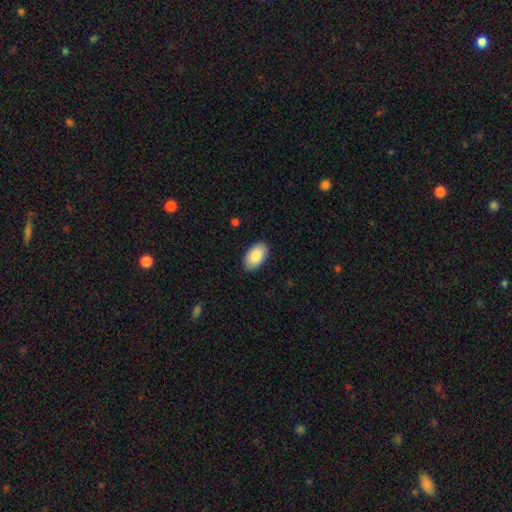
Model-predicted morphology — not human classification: A smooth galaxy with no disk features (88%) that is in between round and cigar-shaped (95%).

Vote fractions:
- Smooth or featured? smooth: 88% / featured or disk: 6% / star or artifact: 6%
- How rounded? in between: 95% / round: 4% / cigar-shaped: 1%
- Merging? none: 88% / minor disturbance: 9% / major disturbance: 2% / merger: 1%